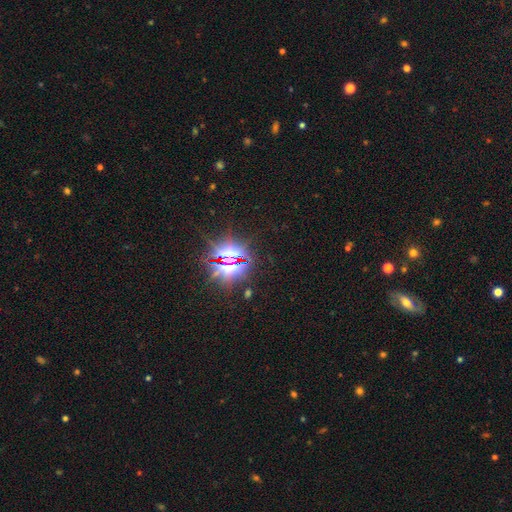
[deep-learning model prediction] Smooth or featured?
  - star or artifact: 83% *
  - smooth: 11%
  - featured or disk: 6%